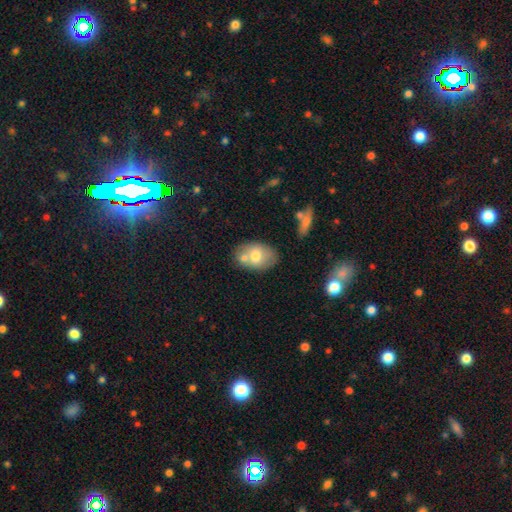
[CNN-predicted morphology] Smooth or featured: smooth — 66% (featured or disk — 27%)
How rounded: in between — 82% (round — 17%)
Merging: none — 55% (merger — 26%)